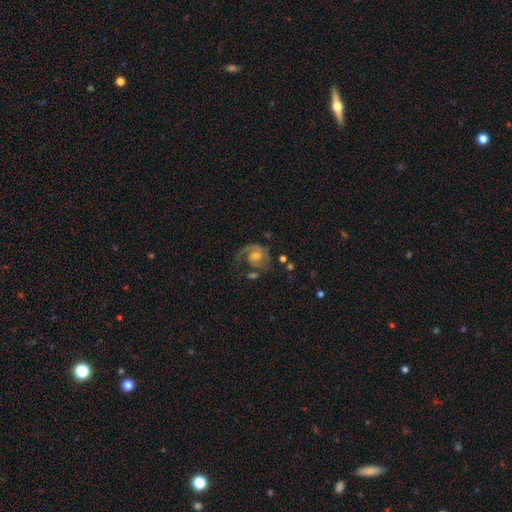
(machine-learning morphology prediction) Overall: featured or disk (80%). Edge-on disk: no (98%). Bar: no (64%; weak 31%). Spiral arms: yes (94%). Spiral arm count: 1 (50%; 2 40%). Spiral winding: medium (46%; tight 30%). Bulge size: moderate (59%; small 28%). Merging: none (48%; major disturbance 26%).